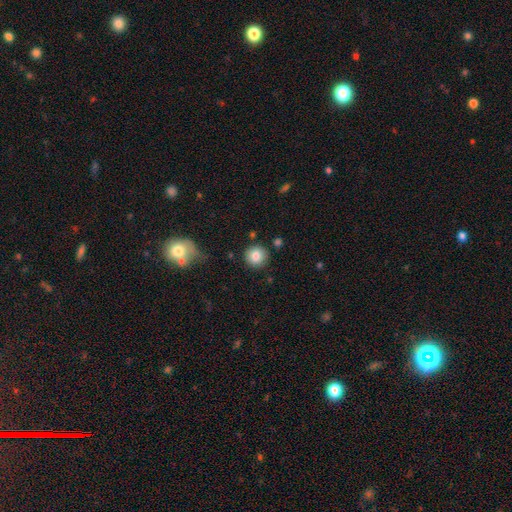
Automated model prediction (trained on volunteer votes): Smooth or featured? Predicted: smooth (p=0.83). How rounded? Predicted: round (p=0.92). Merging? Predicted: none (p=0.87).